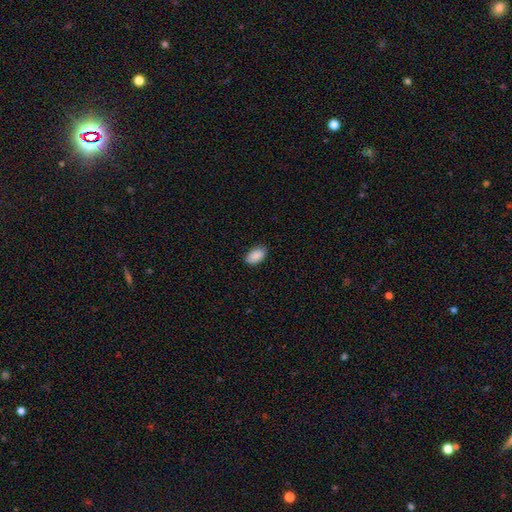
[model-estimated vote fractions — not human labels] Smooth or featured: smooth — 90% (star or artifact — 6%)
How rounded: in between — 93% (round — 5%)
Merging: none — 84% (minor disturbance — 13%)